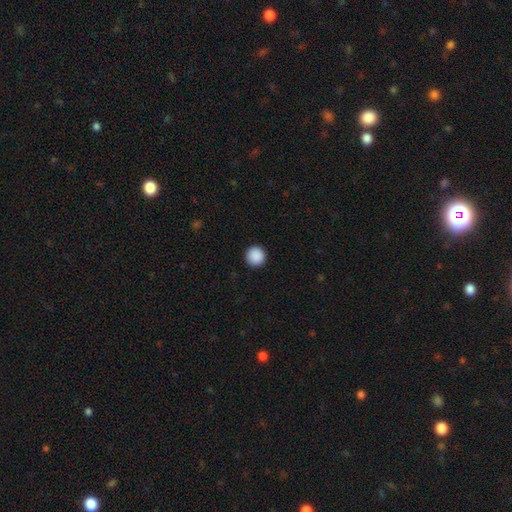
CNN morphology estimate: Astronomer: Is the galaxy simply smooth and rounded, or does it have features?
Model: smooth — 90%.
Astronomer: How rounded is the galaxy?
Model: round — 96%.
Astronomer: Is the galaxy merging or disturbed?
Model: none — 94%.